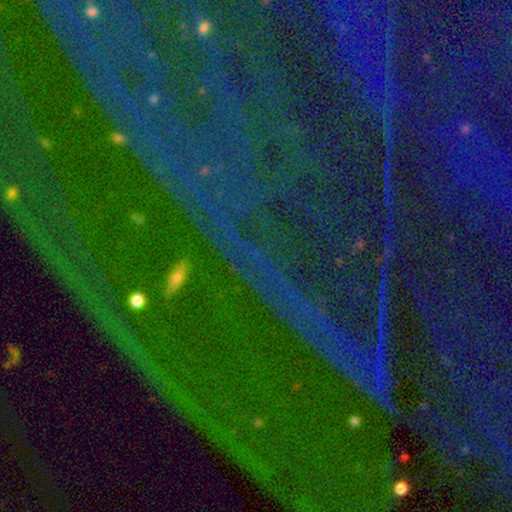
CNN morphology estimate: Smooth or featured?
  - star or artifact: 86% *
  - featured or disk: 8%
  - smooth: 6%